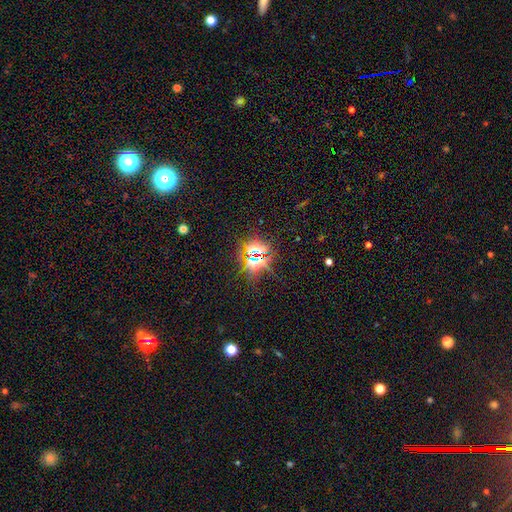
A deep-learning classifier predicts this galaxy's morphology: type=star or artifact (76%).